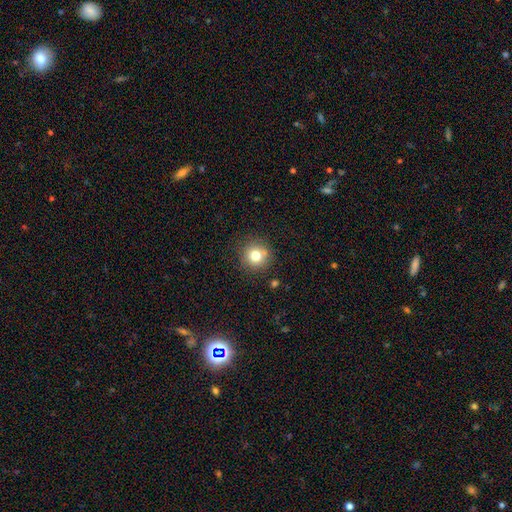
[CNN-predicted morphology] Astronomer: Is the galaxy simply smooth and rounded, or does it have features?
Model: smooth — 77%.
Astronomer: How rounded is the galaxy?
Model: round — 94%.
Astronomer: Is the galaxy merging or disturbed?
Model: none — 84%.